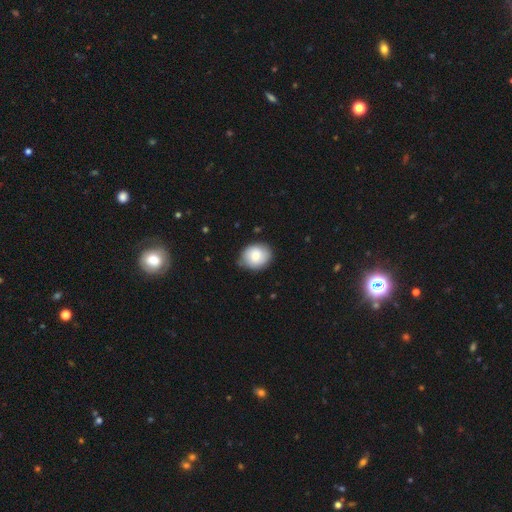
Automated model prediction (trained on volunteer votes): A smooth galaxy with no disk features (82%) that is round (70%). Merging: none (77%).